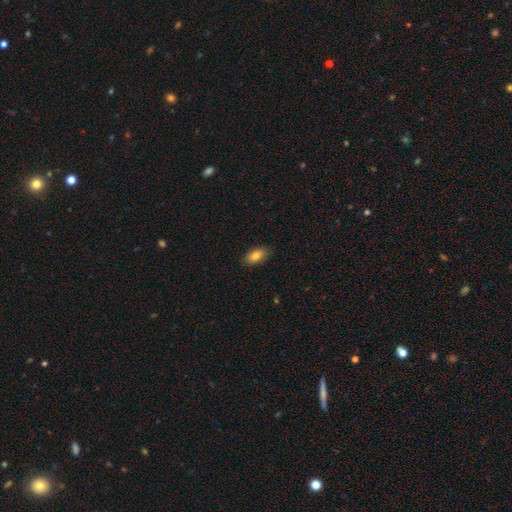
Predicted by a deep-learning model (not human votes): Smooth or featured: smooth — 82% (featured or disk — 10%)
How rounded: in between — 91% (cigar-shaped — 5%)
Merging: none — 87% (minor disturbance — 10%)